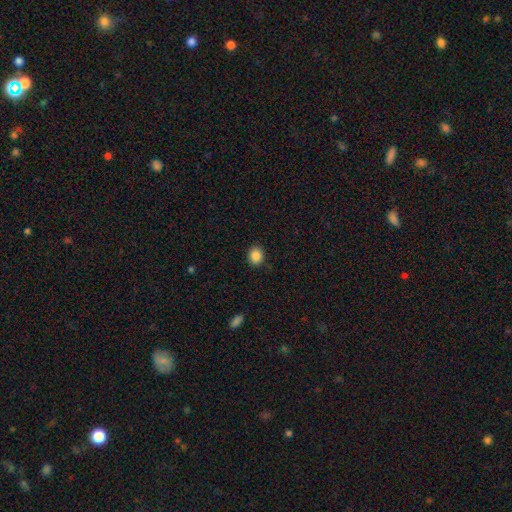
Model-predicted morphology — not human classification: A smooth galaxy with no disk features (87%) that is round (67%). Merging: none (88%).